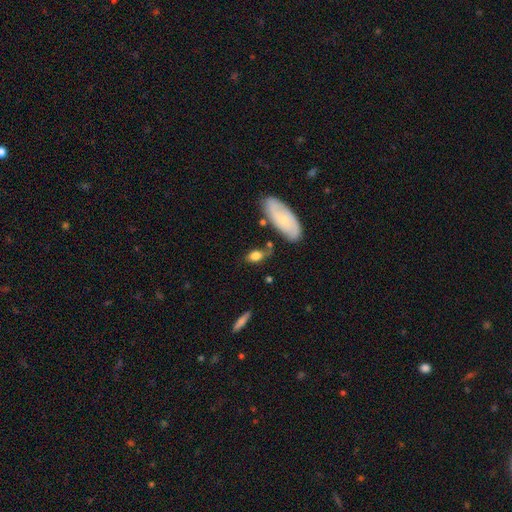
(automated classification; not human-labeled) smooth-or-featured: smooth: 72% | featured or disk: 20% | star or artifact: 8%
  how-rounded: in between: 80% | round: 12% | cigar-shaped: 7%
  merging: none: 58% | minor disturbance: 22% | merger: 10% | major disturbance: 9%